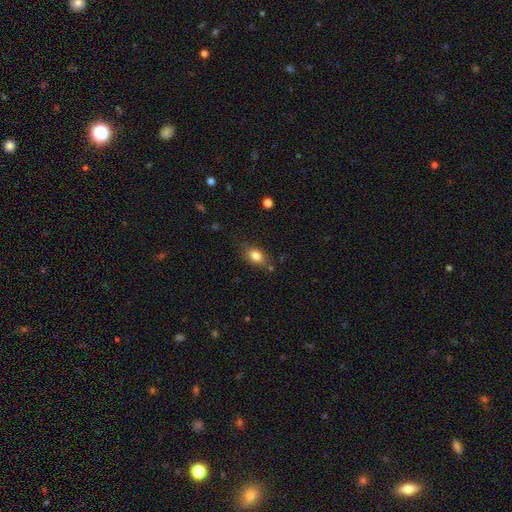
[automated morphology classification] type=smooth (83%); roundness=in between (81%); merging=none (75%).